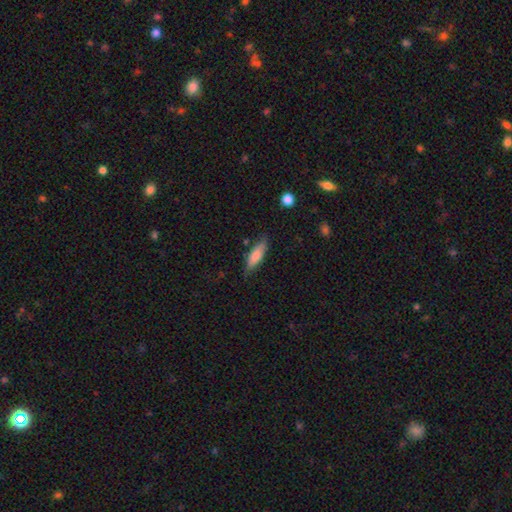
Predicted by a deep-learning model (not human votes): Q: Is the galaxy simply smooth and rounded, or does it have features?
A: smooth — 77%.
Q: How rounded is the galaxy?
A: in between — 51%.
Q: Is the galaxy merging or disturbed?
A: none — 72%.